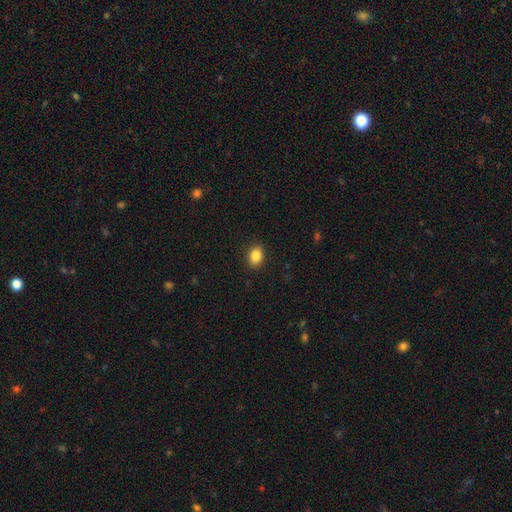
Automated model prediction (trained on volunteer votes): Smooth or featured? Predicted: smooth (p=0.87). How rounded? Predicted: in between (p=0.71). Merging? Predicted: none (p=0.90).